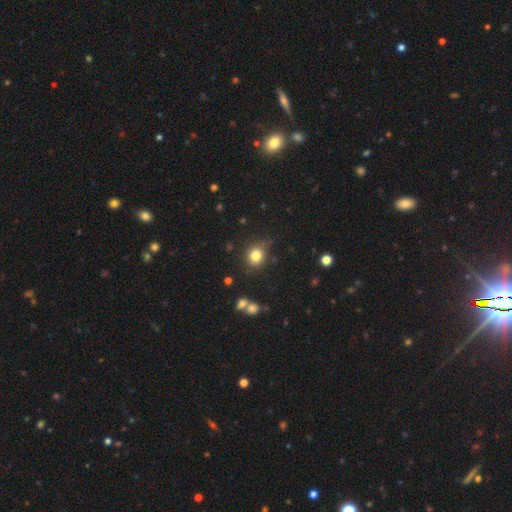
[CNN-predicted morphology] Smooth or featured? Predicted: smooth (p=0.81). How rounded? Predicted: round (p=0.79). Merging? Predicted: none (p=0.79).